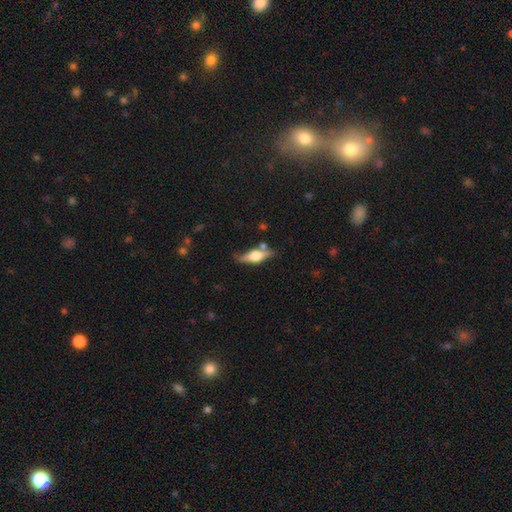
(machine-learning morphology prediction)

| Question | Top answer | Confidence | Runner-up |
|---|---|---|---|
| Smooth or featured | featured or disk | 55% | smooth (38%) |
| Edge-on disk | yes | 90% | no (10%) |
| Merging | none | 70% | minor disturbance (18%) |